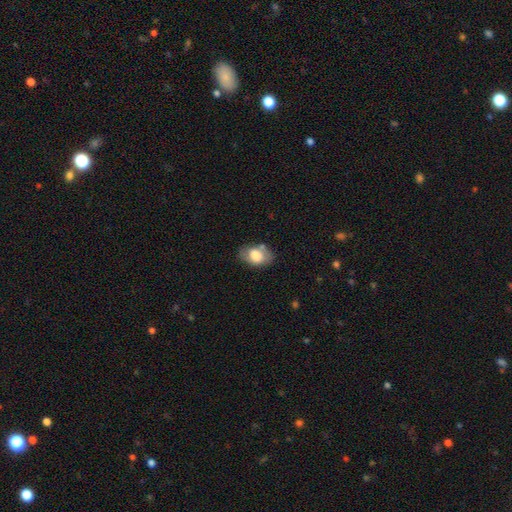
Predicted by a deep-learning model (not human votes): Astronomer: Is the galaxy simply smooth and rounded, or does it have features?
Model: smooth — 69%.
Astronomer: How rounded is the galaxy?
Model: in between — 86%.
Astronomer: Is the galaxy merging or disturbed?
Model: none — 69%.